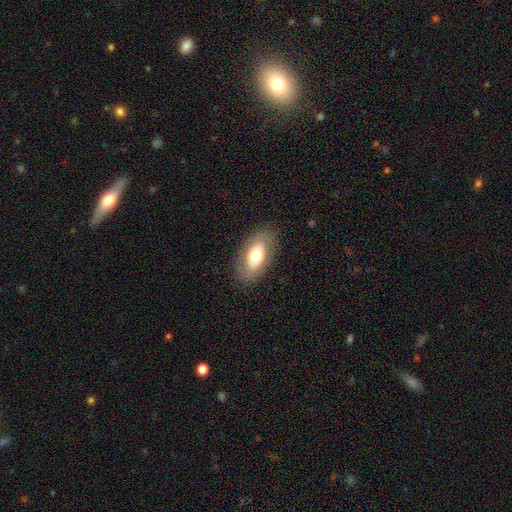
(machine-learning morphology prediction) Q: Smooth or featured?
A: smooth (58%); runner-up: featured or disk (36%)
Q: How rounded?
A: in between (91%); runner-up: round (5%)
Q: Merging?
A: none (83%); runner-up: minor disturbance (11%)